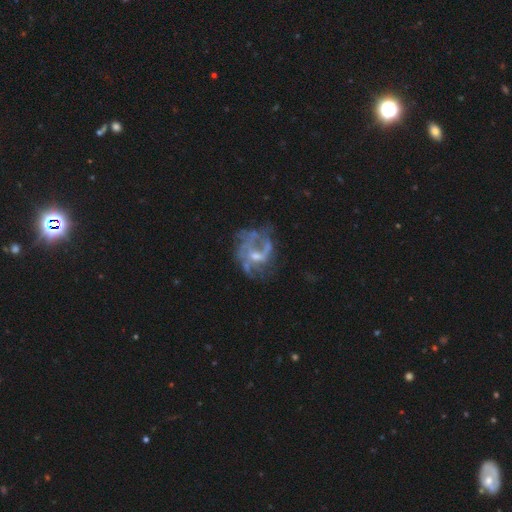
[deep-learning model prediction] A featured or disk galaxy (75%) with no bar (53%), spiral arms (62%) and a small central bulge (45%).

Vote fractions:
- Smooth or featured? featured or disk: 75% / smooth: 13% / star or artifact: 12%
- Edge-on disk? no: 98% / yes: 2%
- Bar? no: 53% / weak: 39% / strong: 9%
- Spiral arms? yes: 62% / no: 38%
- Bulge size? small: 45% / moderate: 36% / none: 17% / large: 2% / dominant: 1%
- Merging? none: 44% / major disturbance: 32% / minor disturbance: 18% / merger: 6%